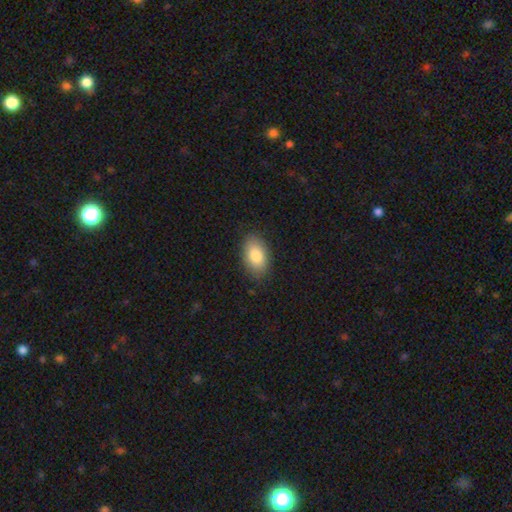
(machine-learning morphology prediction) smooth 84%, featured or disk 9%, star or artifact 7%. Down the decision tree: how rounded — in between (92%); merging — none (85%).